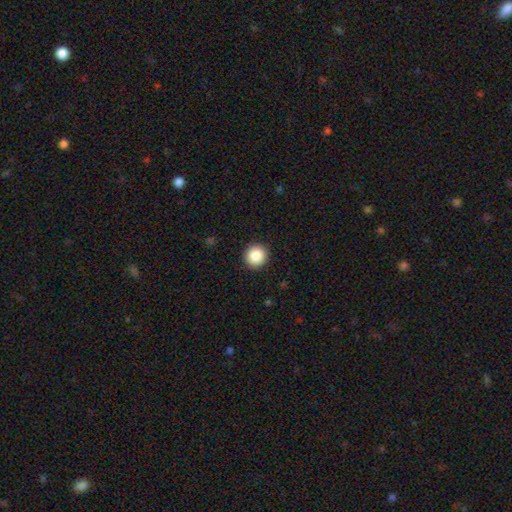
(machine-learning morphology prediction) smooth_or_featured: smooth (p=0.88) [alt: star or artifact p=0.09]
how_rounded: round (p=0.93) [alt: in between p=0.06]
merging: none (p=0.92) [alt: minor disturbance p=0.05]